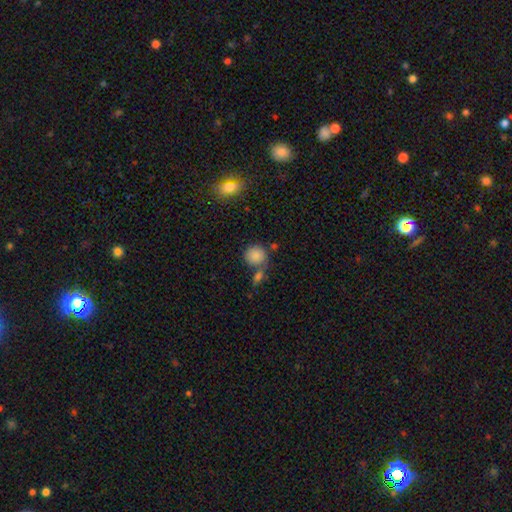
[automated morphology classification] This appears to be a smooth galaxy with no disk features (85%) that is round (85%). Merging: none (61%).